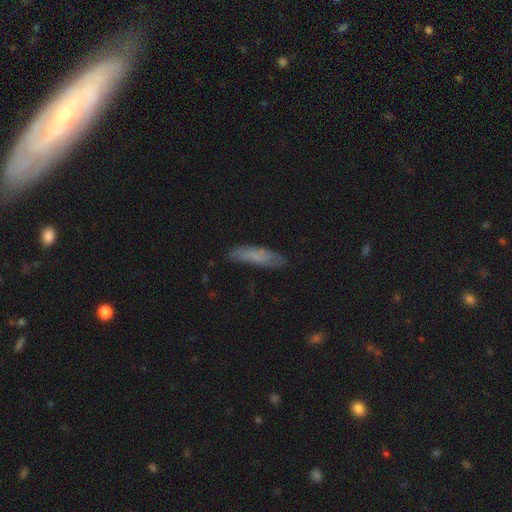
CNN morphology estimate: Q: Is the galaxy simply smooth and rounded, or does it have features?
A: smooth — 57%.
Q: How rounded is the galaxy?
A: cigar-shaped — 61%.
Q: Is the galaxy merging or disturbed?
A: none — 75%.